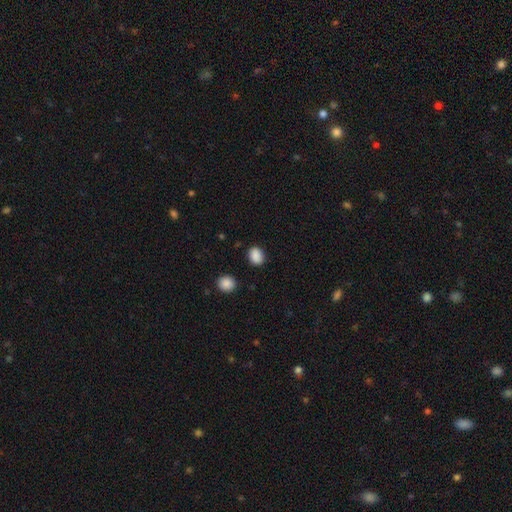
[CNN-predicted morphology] type=smooth (87%); roundness=in between (54%); merging=none (84%).